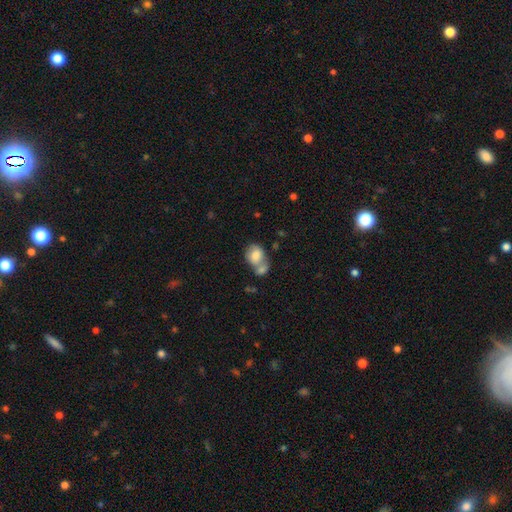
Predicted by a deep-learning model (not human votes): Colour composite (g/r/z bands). It shows a smooth galaxy with no disk features (76%) that is in between round and cigar-shaped (58%). Merging: merger (56%).